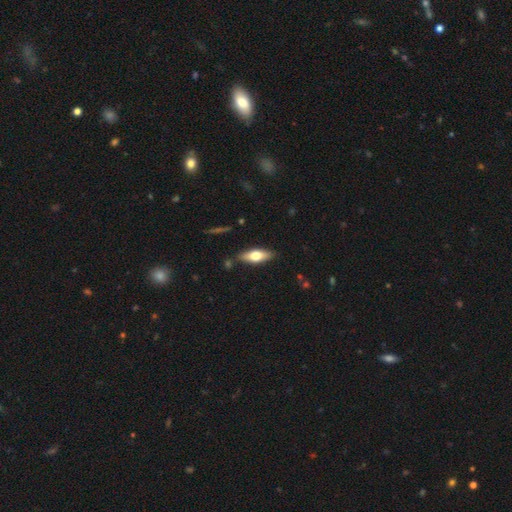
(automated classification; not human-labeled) smooth 59%, featured or disk 35%, star or artifact 6%. Down the decision tree: how rounded — in between (63%); merging — none (84%).